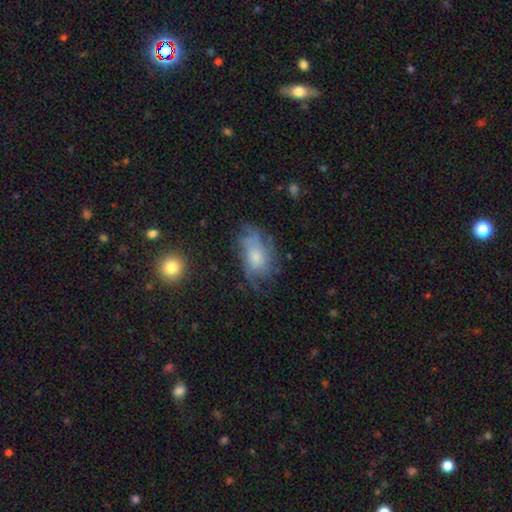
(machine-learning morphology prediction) smooth-or-featured: featured or disk: 52% | smooth: 38% | star or artifact: 10%
  disk-edge-on: no: 94% | yes: 6%
  merging: none: 52% | minor disturbance: 25% | major disturbance: 21% | merger: 2%